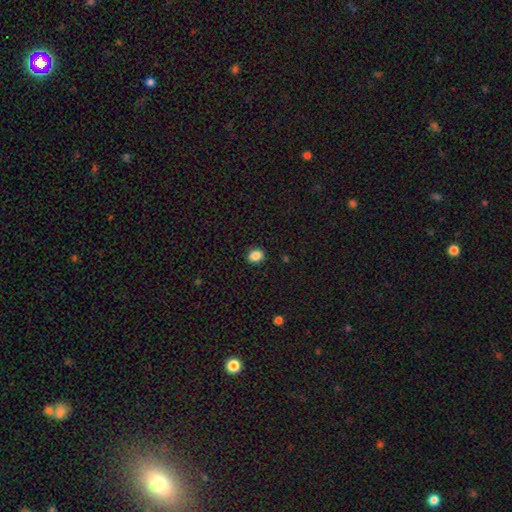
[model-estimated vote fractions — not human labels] smooth-or-featured: smooth: 87% | star or artifact: 10% | featured or disk: 4%
  how-rounded: round: 51% | in between: 48% | cigar-shaped: 1%
  merging: none: 90% | minor disturbance: 7% | major disturbance: 2% | merger: 1%